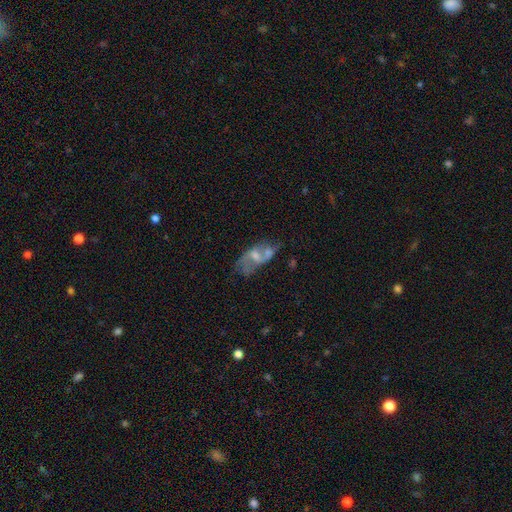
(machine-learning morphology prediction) smooth-or-featured: featured or disk: 61% | smooth: 28% | star or artifact: 11%
  disk-edge-on: no: 93% | yes: 7%
    bar: no: 54% | weak: 37% | strong: 9%
    has-spiral-arms: yes: 53% | no: 47%
    bulge-size: small: 39% (tied) | moderate: 39% (tied) | none: 17% | large: 4% | dominant: 1%
  merging: none: 36% | merger: 24% | major disturbance: 21% | minor disturbance: 19%